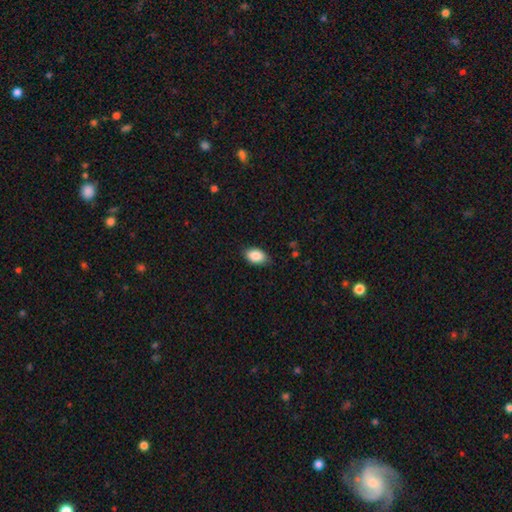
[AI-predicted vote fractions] A smooth galaxy with no disk features (88%) that is in between round and cigar-shaped (90%).

Vote fractions:
- Smooth or featured? smooth: 88% / star or artifact: 7% / featured or disk: 5%
- How rounded? in between: 90% / round: 8% / cigar-shaped: 2%
- Merging? none: 82% / minor disturbance: 14% / major disturbance: 2% / merger: 1%